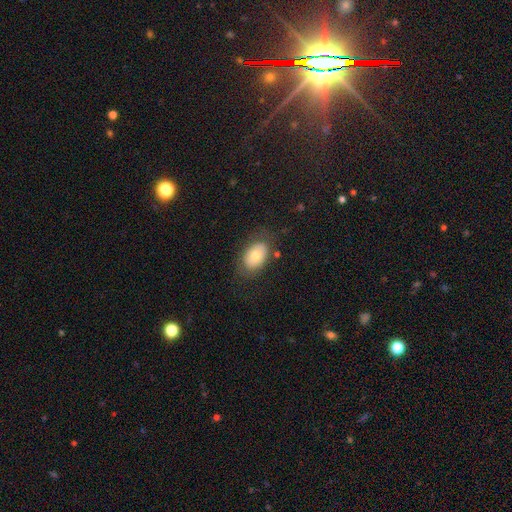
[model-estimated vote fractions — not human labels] Smooth or featured: smooth — 70% (featured or disk — 23%)
How rounded: in between — 85% (round — 14%)
Merging: none — 77% (minor disturbance — 15%)